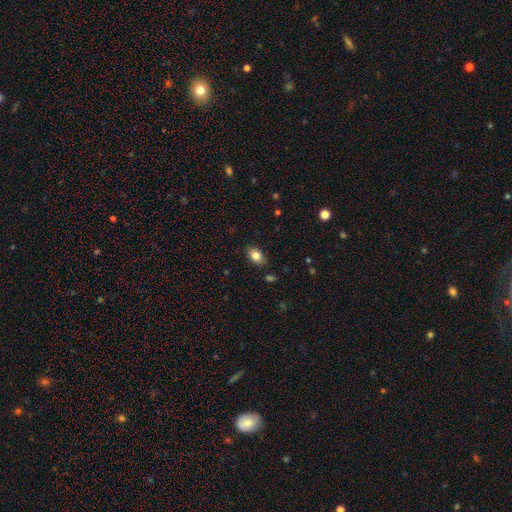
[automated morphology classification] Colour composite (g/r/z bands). It shows a smooth galaxy with no disk features (83%) that is in between round and cigar-shaped (84%). Merging: none (84%).